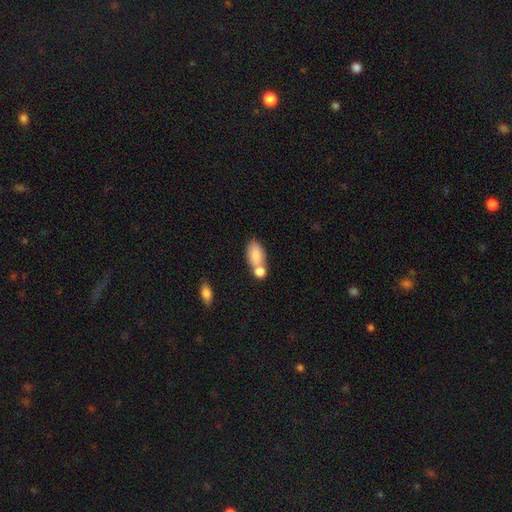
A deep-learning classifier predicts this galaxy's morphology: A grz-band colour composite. It shows a smooth galaxy with no disk features (82%) that is in between round and cigar-shaped (89%). Merging: merger (48%).